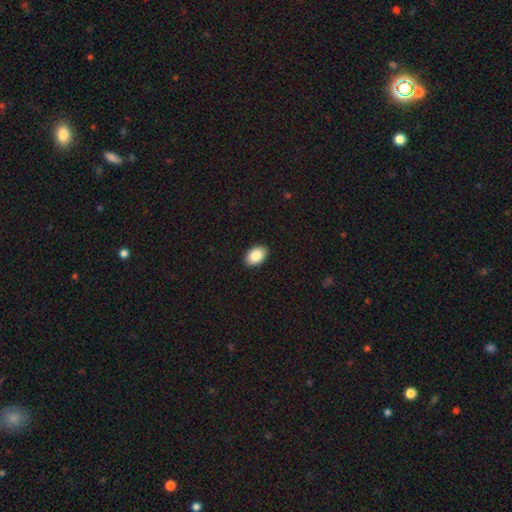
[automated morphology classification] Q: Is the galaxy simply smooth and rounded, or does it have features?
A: smooth — 89%.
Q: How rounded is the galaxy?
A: in between — 92%.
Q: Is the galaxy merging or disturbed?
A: none — 90%.